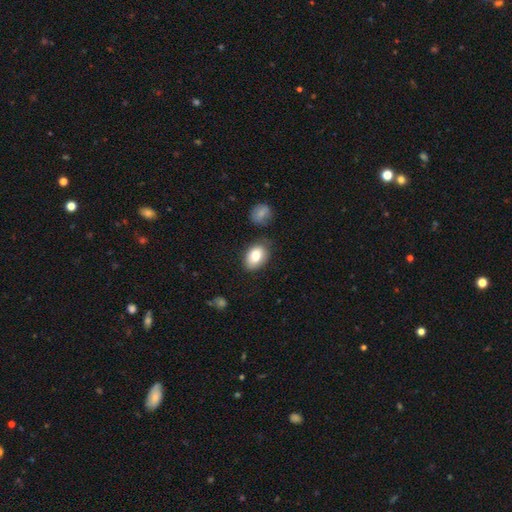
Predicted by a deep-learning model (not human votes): This is clearly a smooth galaxy (80%). How rounded: clearly in between (85%). Merging: likely none (78%).